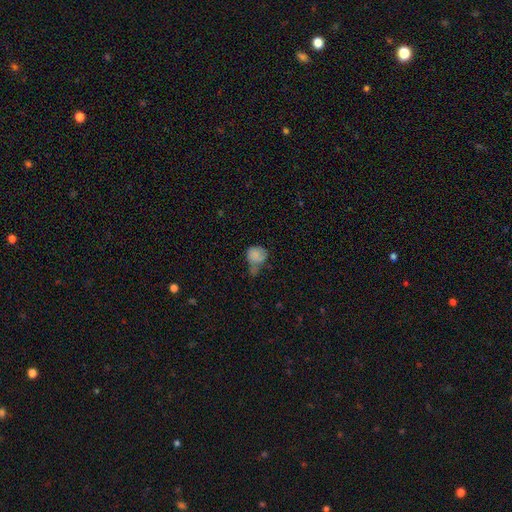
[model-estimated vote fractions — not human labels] smooth 75%, featured or disk 15%, star or artifact 10%. Down the decision tree: how rounded — round (57%); merging — minor disturbance (31%).